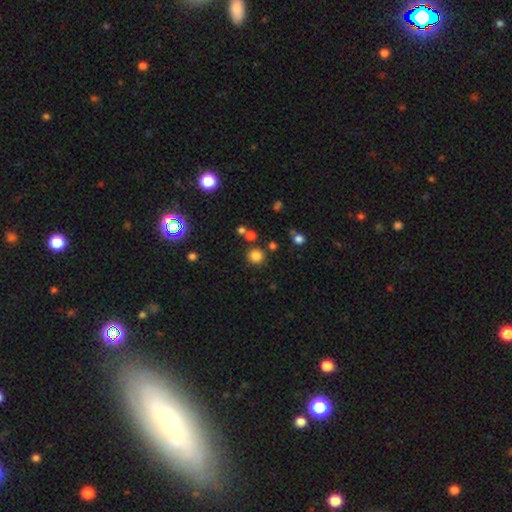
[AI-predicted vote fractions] A smooth galaxy with no disk features (80%) that is round (92%). Merging: none (83%).